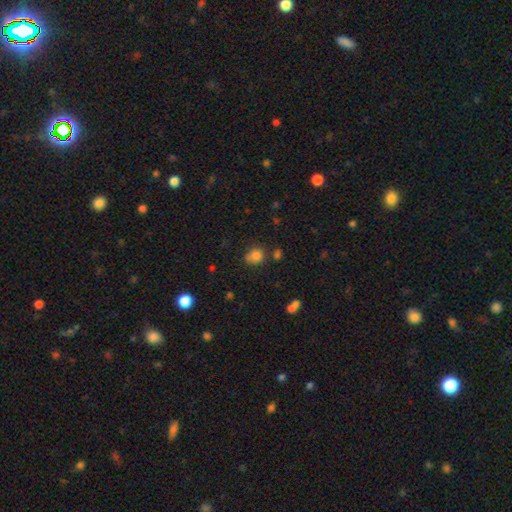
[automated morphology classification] smooth-or-featured: smooth: 81% | star or artifact: 13% | featured or disk: 6%
  how-rounded: round: 61% | in between: 38% | cigar-shaped: 1%
  merging: none: 65% | minor disturbance: 22% | merger: 7% | major disturbance: 6%